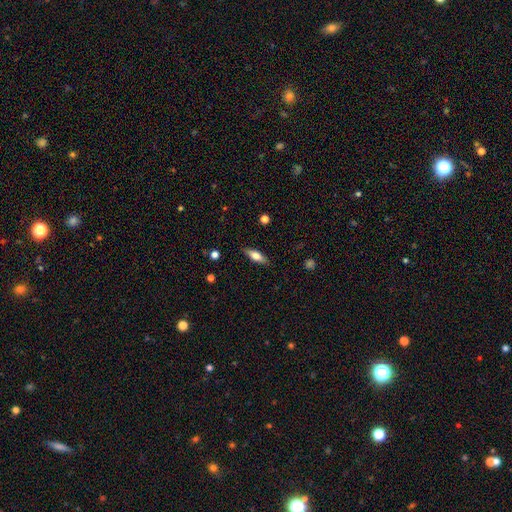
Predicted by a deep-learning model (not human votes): A smooth galaxy with no disk features (67%) that is in between round and cigar-shaped (57%).

Vote fractions:
- Smooth or featured? smooth: 67% / featured or disk: 26% / star or artifact: 7%
- How rounded? in between: 57% / cigar-shaped: 41% / round: 2%
- Merging? none: 87% / minor disturbance: 10% / major disturbance: 2% / merger: 1%